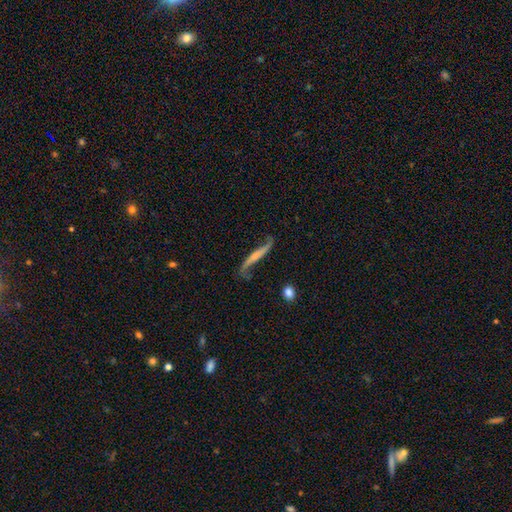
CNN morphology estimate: This is likely a featured or disk galaxy (77%). It is possibly not viewed edge-on (51%). Merging: possibly none (59%).